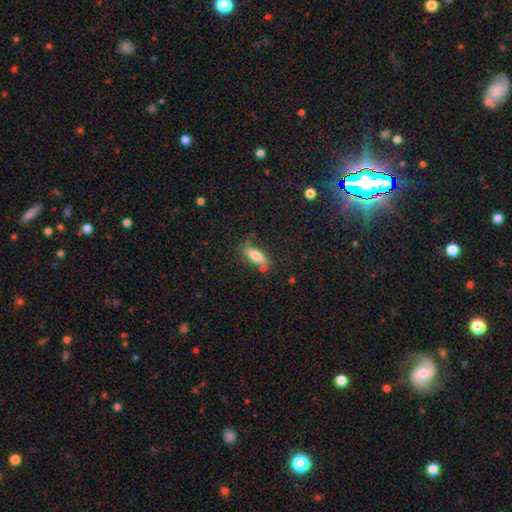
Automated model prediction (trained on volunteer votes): Smooth or featured: smooth — 74% (featured or disk — 18%)
How rounded: in between — 67% (cigar-shaped — 30%)
Merging: none — 70% (minor disturbance — 17%)